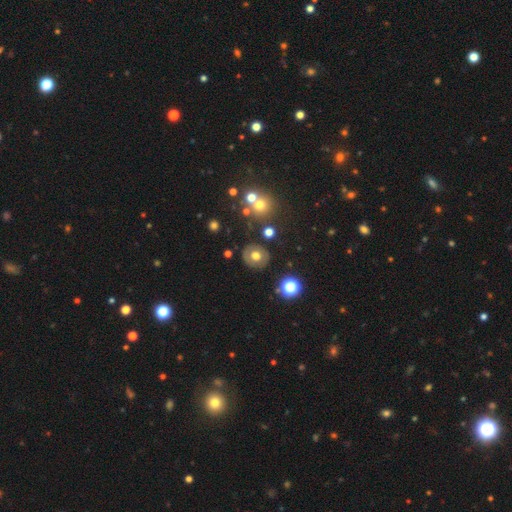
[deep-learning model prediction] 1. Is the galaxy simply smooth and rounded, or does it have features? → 59% smooth, 28% featured or disk, 12% star or artifact.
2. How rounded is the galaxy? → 82% round, 17% in between, 1% cigar-shaped.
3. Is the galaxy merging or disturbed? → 84% none, 10% minor disturbance, 4% major disturbance, 3% merger.